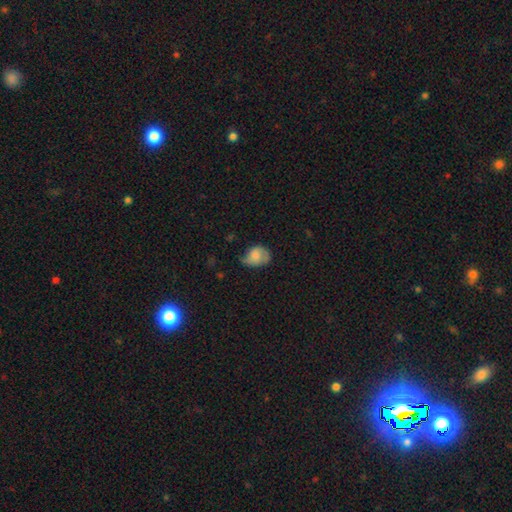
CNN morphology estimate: Overall: smooth (64%; featured or disk 28%). How rounded: in between (64%; round 35%). Merging: none (45%; minor disturbance 38%).